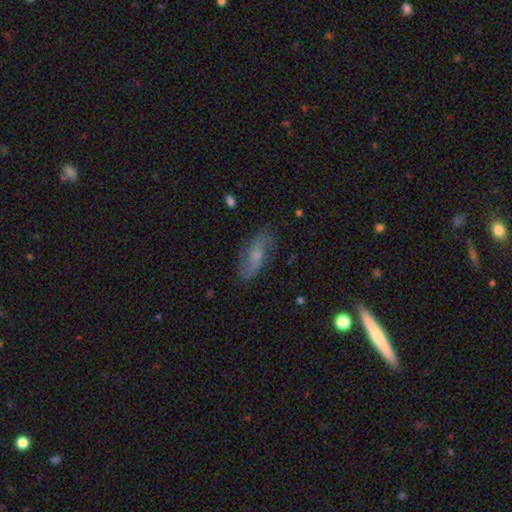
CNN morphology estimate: The model was most divided on "bulge size": small: 47%, moderate: 39%, none: 9%, large: 3%, dominant: 1%. More confident: edge-on disk — no (88%); spiral arms — yes (87%); merging — none (77%); smooth or featured — featured or disk (60%); bar — no (53%).